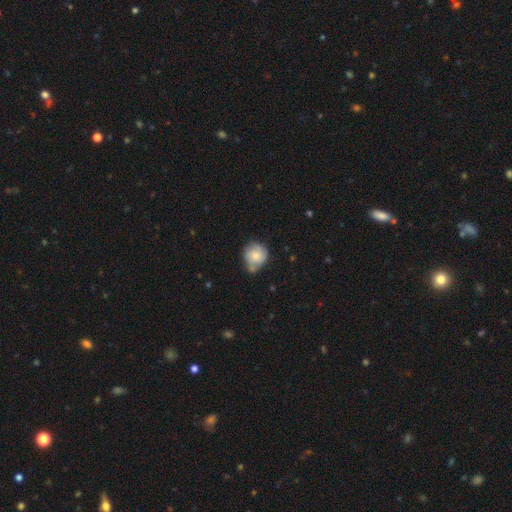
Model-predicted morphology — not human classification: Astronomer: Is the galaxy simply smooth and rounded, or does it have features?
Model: smooth — 60%.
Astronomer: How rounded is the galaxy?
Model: round — 81%.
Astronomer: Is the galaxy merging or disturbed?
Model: none — 51% (runner-up: minor disturbance, 31%).